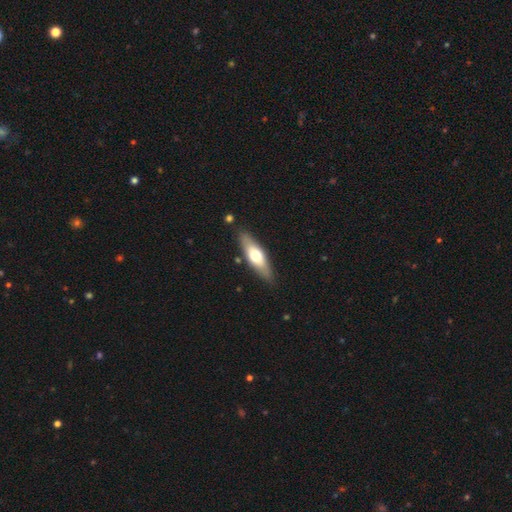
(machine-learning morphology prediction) Smooth or featured? Predicted: smooth (p=0.55). How rounded? Predicted: cigar-shaped (p=0.51). Merging? Predicted: none (p=0.84).